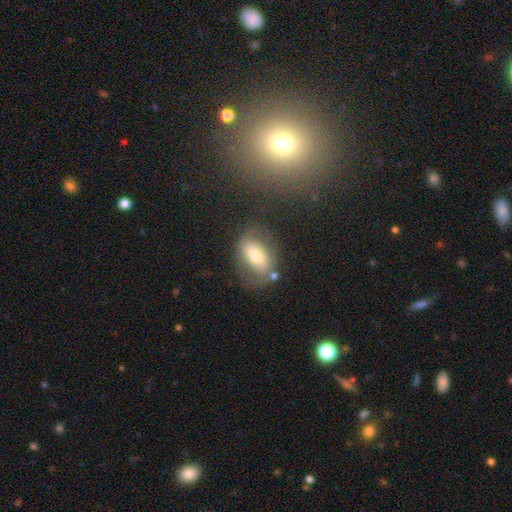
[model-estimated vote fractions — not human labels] Smooth or featured: smooth — 52% (featured or disk — 39%)
How rounded: in between — 82% (round — 15%)
Merging: none — 66% (minor disturbance — 18%)